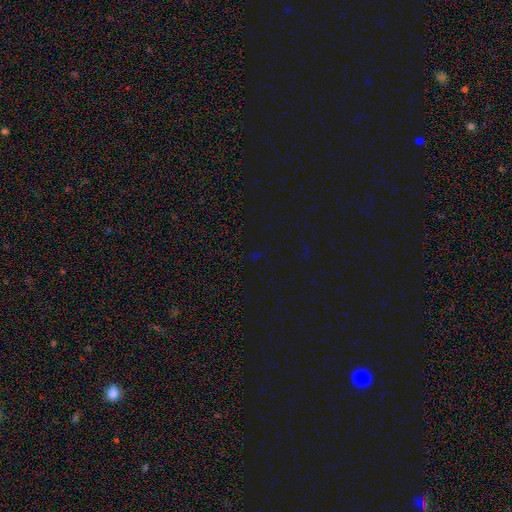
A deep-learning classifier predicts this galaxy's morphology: star or artifact 75%, smooth 18%, featured or disk 7%.